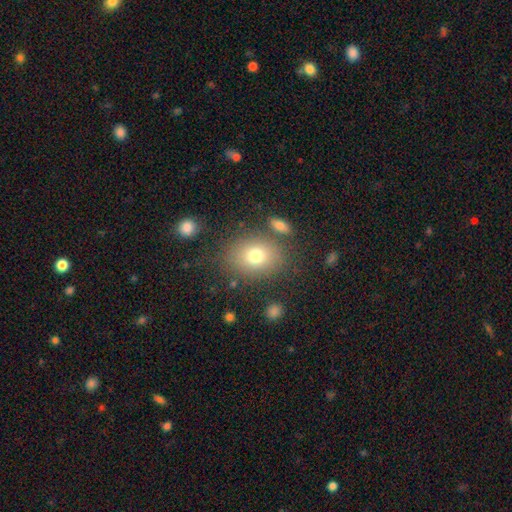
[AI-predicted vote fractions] Smooth or featured: smooth — 75% (featured or disk — 13%)
How rounded: in between — 59% (round — 40%)
Merging: none — 78% (minor disturbance — 12%)